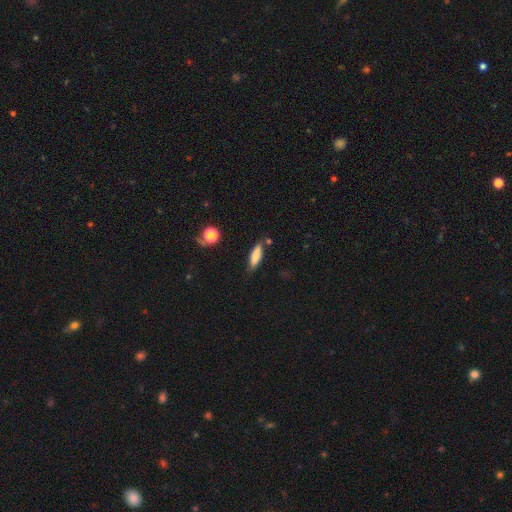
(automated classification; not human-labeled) A smooth galaxy with no disk features (77%) that is cigar-shaped (53%). Merging: none (75%).